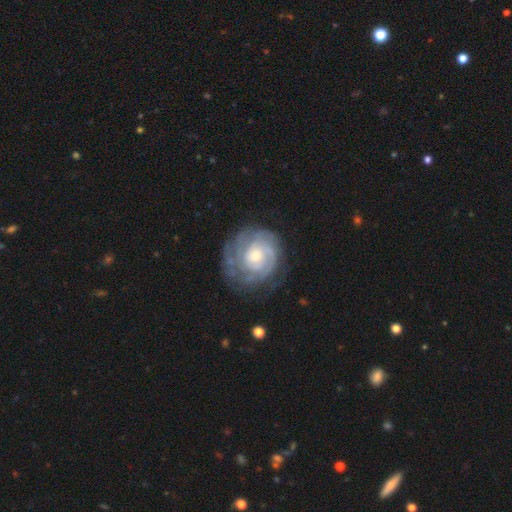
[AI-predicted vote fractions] Smooth or featured?
  - featured or disk: 81% *
  - smooth: 13%
  - star or artifact: 6%
Edge-on disk?
  - no: 98% *
  - yes: 2%
Bar?
  - no: 75% *
  - weak: 21%
  - strong: 4%
Spiral arms?
  - yes: 93% *
  - no: 7%
Spiral winding?
  - tight: 74% *
  - medium: 21%
  - loose: 5%
Spiral arm count?
  - can't tell: 44% *
  - 2: 19%
  - 3: 17%
  - 4: 9%
  - 1: 6%
  - more than 4: 5%
Bulge size?
  - moderate: 58% *
  - small: 31%
  - large: 8%
  - none: 2%
  - dominant: 1%
Merging?
  - none: 73% *
  - minor disturbance: 17%
  - major disturbance: 8%
  - merger: 1%